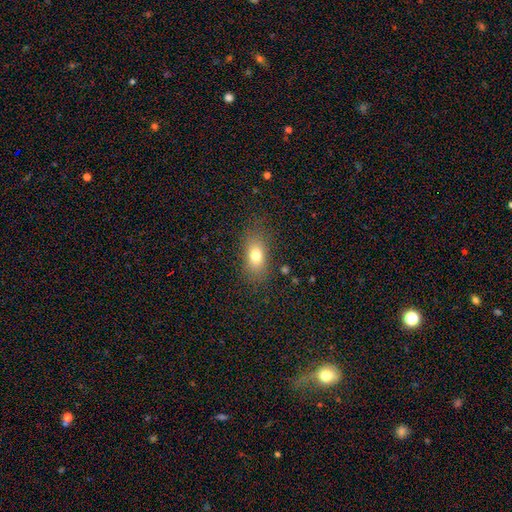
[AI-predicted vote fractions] Smooth or featured?
  - smooth: 76% *
  - featured or disk: 12%
  - star or artifact: 11%
How rounded?
  - in between: 80% *
  - round: 13%
  - cigar-shaped: 7%
Merging?
  - none: 80% *
  - minor disturbance: 13%
  - major disturbance: 6%
  - merger: 1%